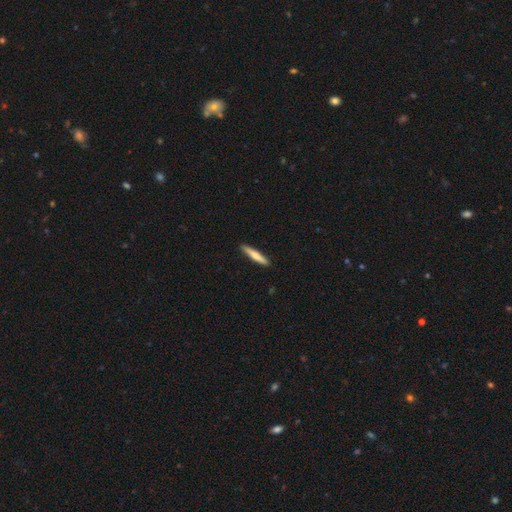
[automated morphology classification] This is likely a smooth galaxy (63%). How rounded: clearly cigar-shaped (93%). Merging: clearly none (91%).